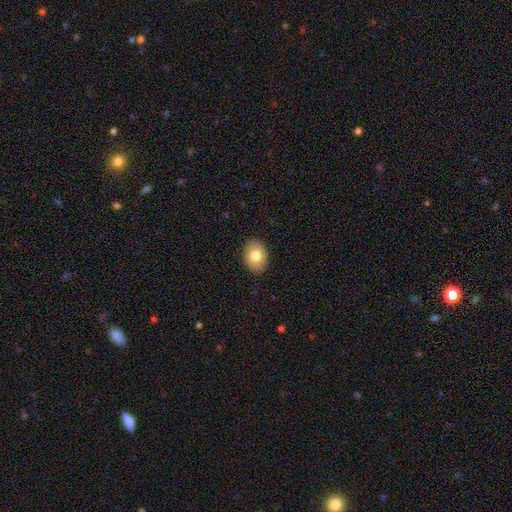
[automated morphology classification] This is likely a smooth galaxy (78%). How rounded: likely in between (73%). Merging: clearly none (89%).